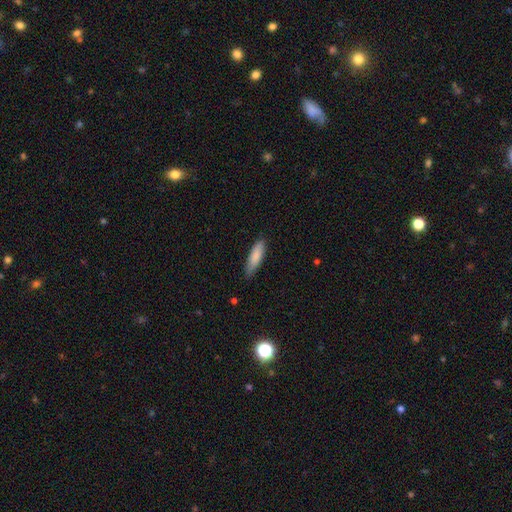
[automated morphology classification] smooth-or-featured: smooth: 84% | featured or disk: 10% | star or artifact: 6%
  how-rounded: cigar-shaped: 60% | in between: 39% | round: 1%
  merging: none: 80% | minor disturbance: 17% | major disturbance: 2% | merger: 1%